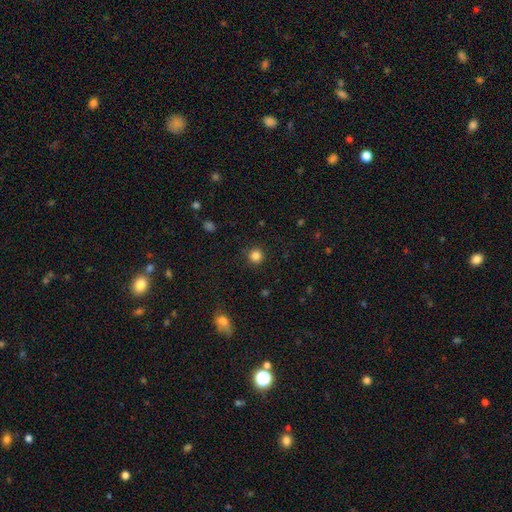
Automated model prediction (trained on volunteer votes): A smooth galaxy with no disk features (84%) that is round (94%).

Vote fractions:
- Smooth or featured? smooth: 84% / star or artifact: 12% / featured or disk: 4%
- How rounded? round: 94% / in between: 5% / cigar-shaped: 1%
- Merging? none: 90% / minor disturbance: 7% / major disturbance: 2% / merger: 1%